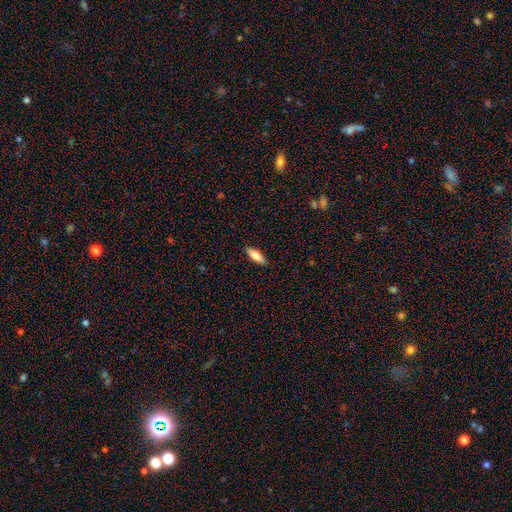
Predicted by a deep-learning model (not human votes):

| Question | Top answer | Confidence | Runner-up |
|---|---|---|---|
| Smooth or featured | smooth | 81% | featured or disk (13%) |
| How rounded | in between | 63% | cigar-shaped (35%) |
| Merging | none | 89% | minor disturbance (8%) |